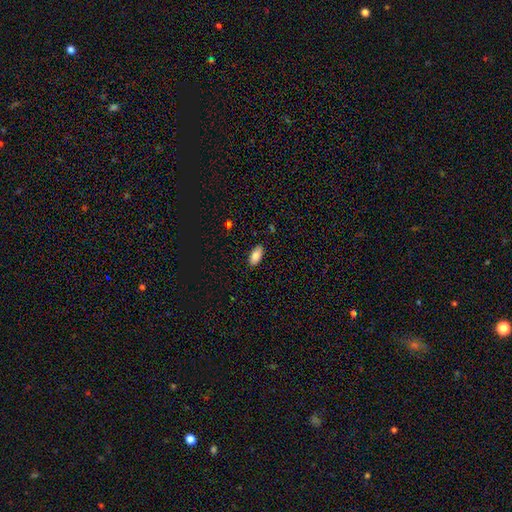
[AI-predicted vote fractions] smooth_or_featured: smooth (p=0.84) [alt: featured or disk p=0.09]
how_rounded: in between (p=0.92) [alt: cigar-shaped p=0.06]
merging: none (p=0.86) [alt: minor disturbance p=0.11]